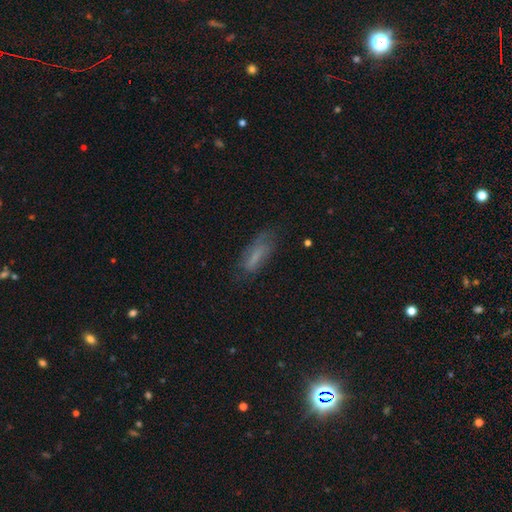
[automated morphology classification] smooth_or_featured: smooth (p=0.62) [alt: featured or disk p=0.27]
how_rounded: in between (p=0.54) [alt: cigar-shaped p=0.44]
merging: none (p=0.60) [alt: minor disturbance p=0.25]